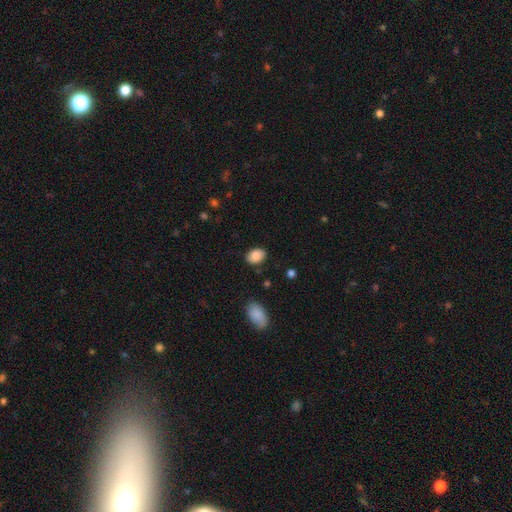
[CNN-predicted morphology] type=smooth (87%); roundness=in between (80%); merging=none (82%).